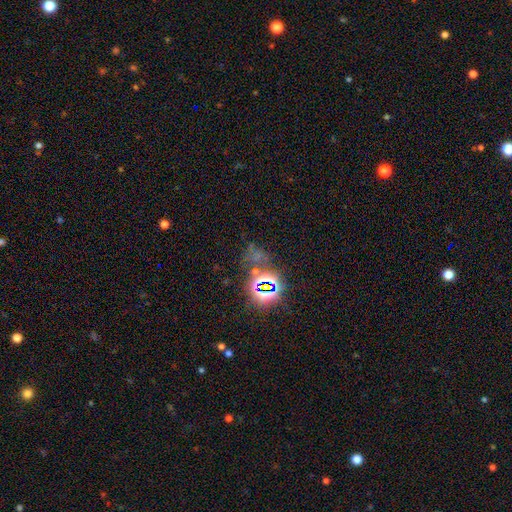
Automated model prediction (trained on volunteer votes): Smooth or featured? Predicted: star or artifact (p=0.69).